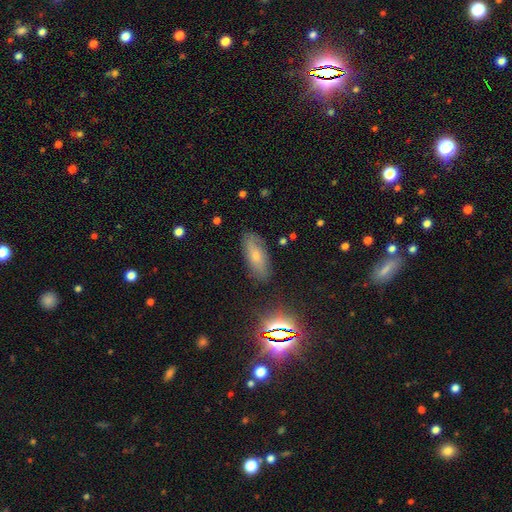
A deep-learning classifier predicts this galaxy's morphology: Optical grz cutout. It shows a smooth galaxy with no disk features (50%). Merging: none (81%).